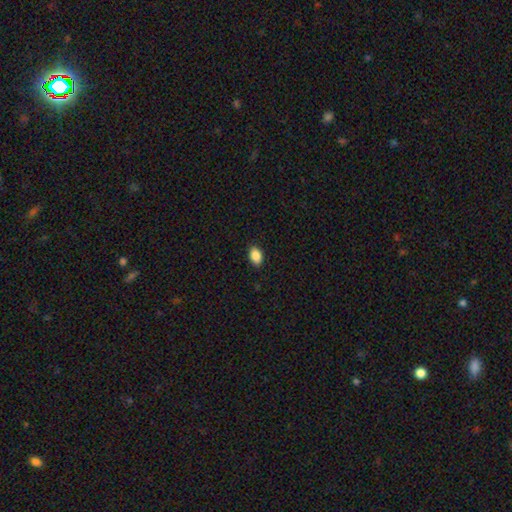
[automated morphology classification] smooth_or_featured: smooth (p=0.89) [alt: star or artifact p=0.08]
how_rounded: in between (p=0.88) [alt: round p=0.11]
merging: none (p=0.89) [alt: minor disturbance p=0.08]